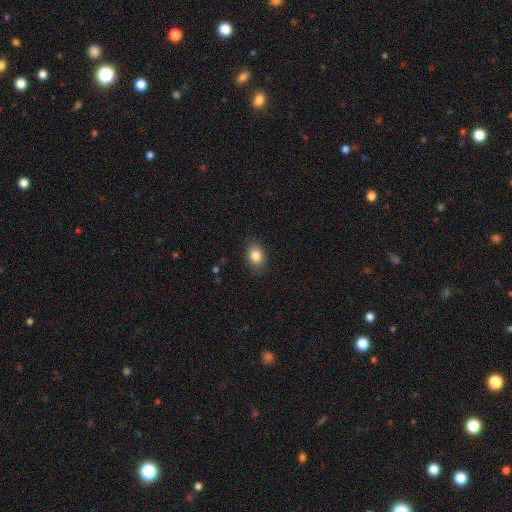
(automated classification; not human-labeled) Smooth or featured?
  - smooth: 85% *
  - star or artifact: 9%
  - featured or disk: 6%
How rounded?
  - in between: 68% *
  - round: 31%
  - cigar-shaped: 1%
Merging?
  - none: 85% *
  - minor disturbance: 11%
  - major disturbance: 3%
  - merger: 1%